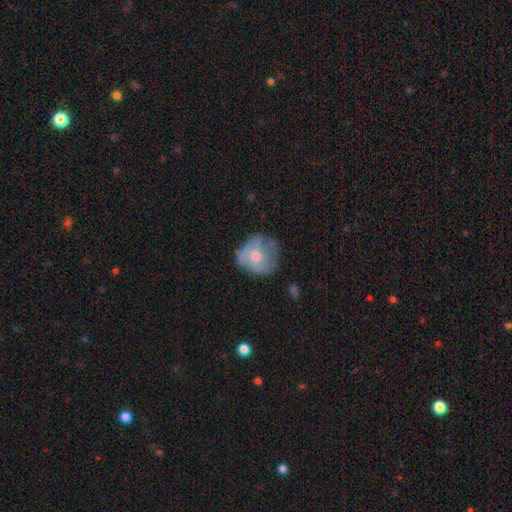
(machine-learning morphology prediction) Q: Smooth or featured?
A: smooth (58%); runner-up: featured or disk (33%)
Q: How rounded?
A: round (76%); runner-up: in between (23%)
Q: Merging?
A: none (47%); runner-up: minor disturbance (32%)